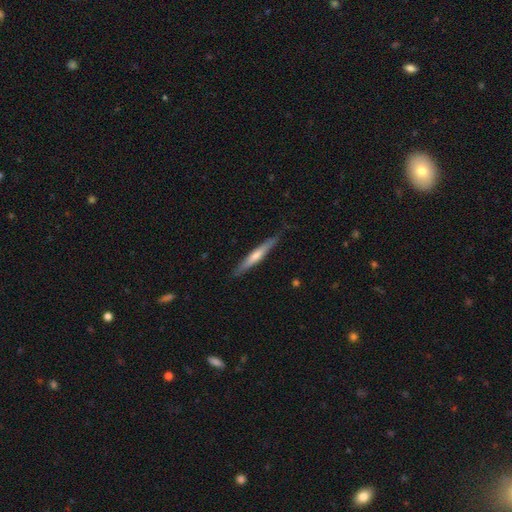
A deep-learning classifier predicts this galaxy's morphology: Smooth or featured: featured or disk — 56% (smooth — 39%)
Edge-on disk: yes — 96% (no — 4%)
Edge-on bulge: rounded — 61% (none — 31%)
Merging: none — 87% (minor disturbance — 11%)